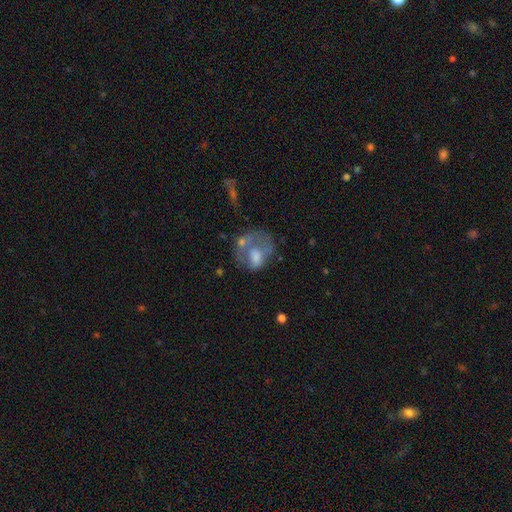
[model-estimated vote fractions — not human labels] A featured or disk galaxy (45%).

Vote fractions:
- Smooth or featured? featured or disk: 45% / smooth: 43% / star or artifact: 12%
- Merging? none: 32% / major disturbance: 31% / minor disturbance: 19% / merger: 18%